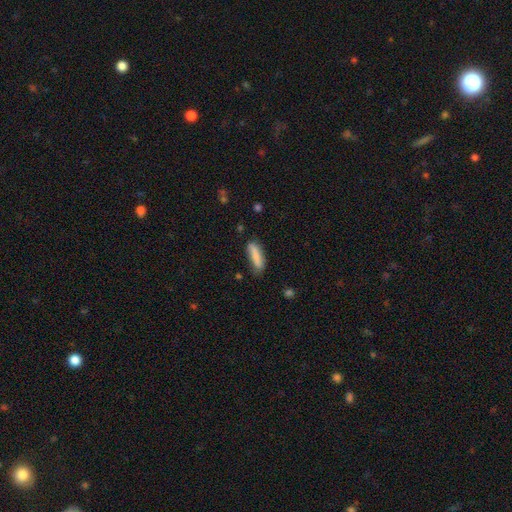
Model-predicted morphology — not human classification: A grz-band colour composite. It shows a smooth galaxy with no disk features (83%) that is cigar-shaped (61%). Merging: none (68%).